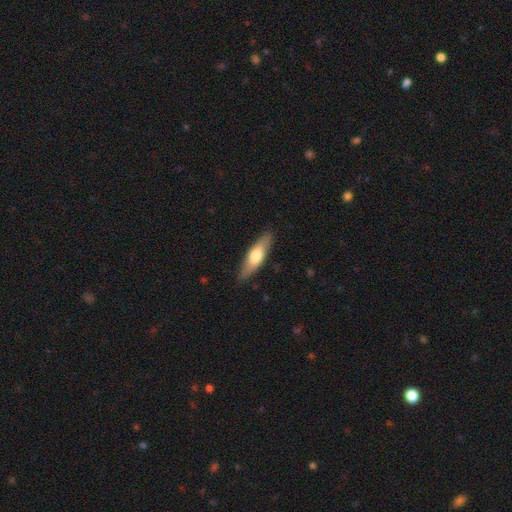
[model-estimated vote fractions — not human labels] This is possibly a smooth galaxy (57%). How rounded: possibly cigar-shaped (60%). Merging: clearly none (86%).